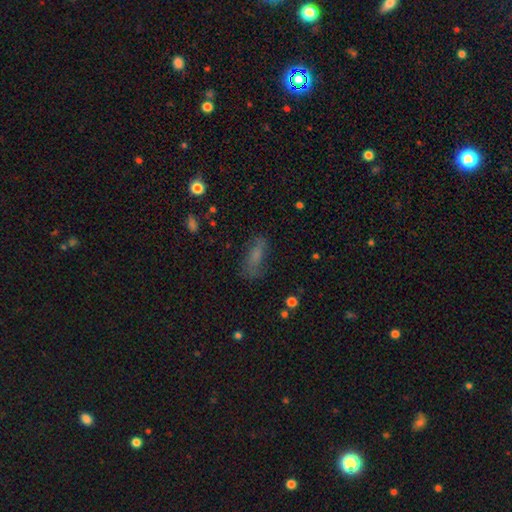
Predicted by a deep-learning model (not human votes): Smooth or featured?
  - smooth: 61% *
  - featured or disk: 23%
  - star or artifact: 16%
How rounded?
  - in between: 65% *
  - cigar-shaped: 31%
  - round: 4%
Merging?
  - none: 66% *
  - minor disturbance: 21%
  - major disturbance: 11%
  - merger: 2%